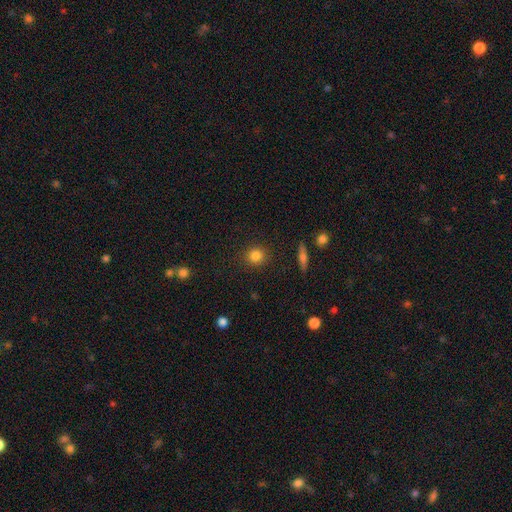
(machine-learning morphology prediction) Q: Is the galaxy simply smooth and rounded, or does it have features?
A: smooth — 83%.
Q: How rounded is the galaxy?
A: round — 88%.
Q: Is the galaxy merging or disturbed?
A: none — 89%.